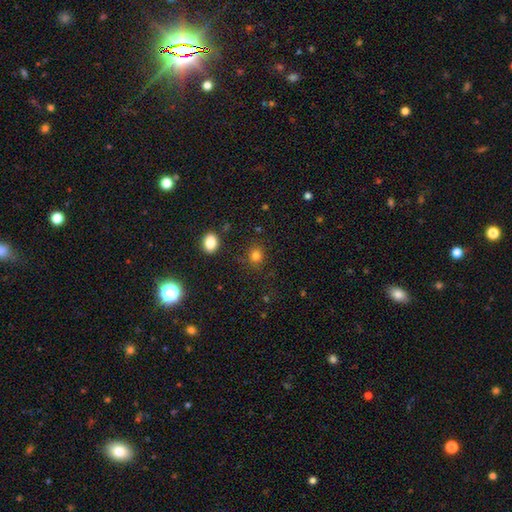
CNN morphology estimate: smooth-or-featured: smooth: 81% | star or artifact: 14% | featured or disk: 5%
  how-rounded: round: 77% | in between: 22% | cigar-shaped: 1%
  merging: none: 83% | minor disturbance: 10% | major disturbance: 4% | merger: 3%